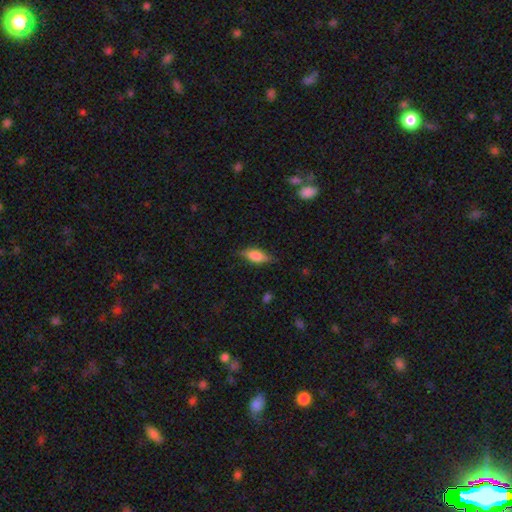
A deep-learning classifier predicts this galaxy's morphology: Smooth or featured? smooth (57%)
How rounded? in between (68%)
Merging? none (78%)